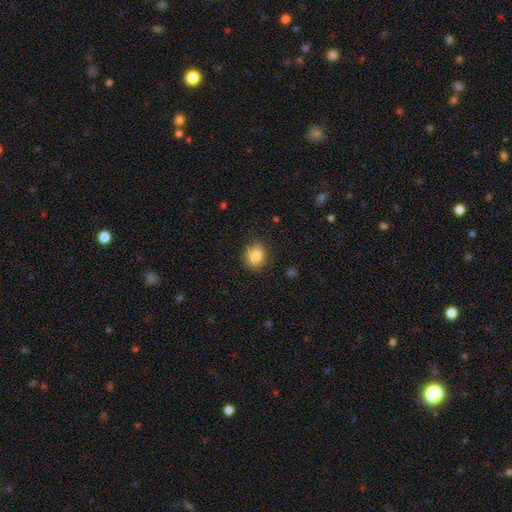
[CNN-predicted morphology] The model was most divided on "how rounded": round: 78%, in between: 21%, cigar-shaped: 1%. More confident: merging — none (86%); smooth or featured — smooth (86%).